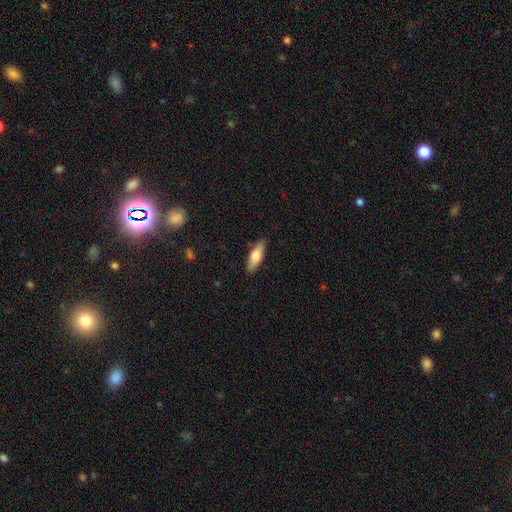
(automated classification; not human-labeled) Overall: smooth (71%). How rounded: in between (58%; cigar-shaped 39%). Merging: none (86%).